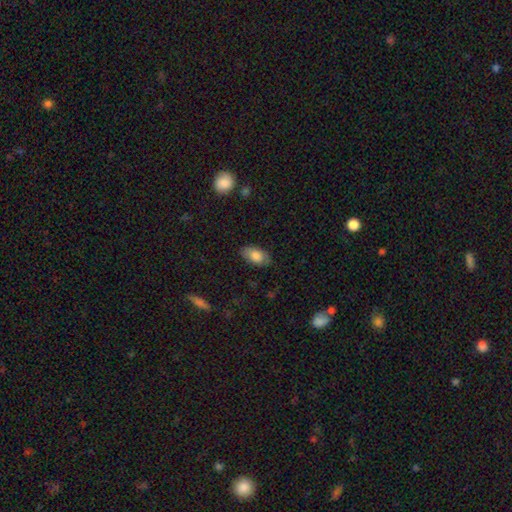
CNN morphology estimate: This is clearly a smooth galaxy (81%). How rounded: clearly in between (93%). Merging: clearly none (83%).